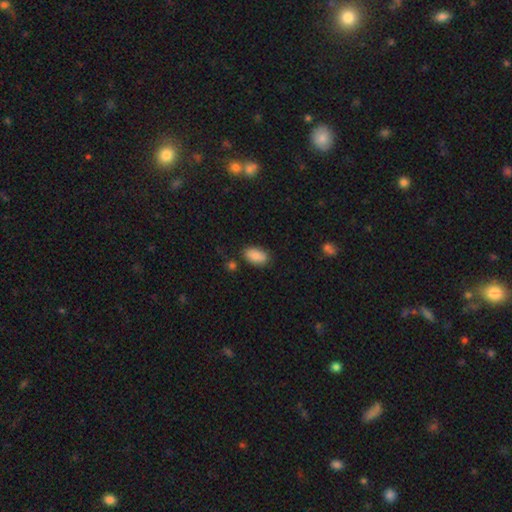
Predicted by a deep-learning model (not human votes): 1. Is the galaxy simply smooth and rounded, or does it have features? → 88% smooth, 7% star or artifact, 4% featured or disk.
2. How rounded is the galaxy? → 93% in between, 5% round, 2% cigar-shaped.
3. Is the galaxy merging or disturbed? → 81% none, 13% minor disturbance, 3% major disturbance, 3% merger.